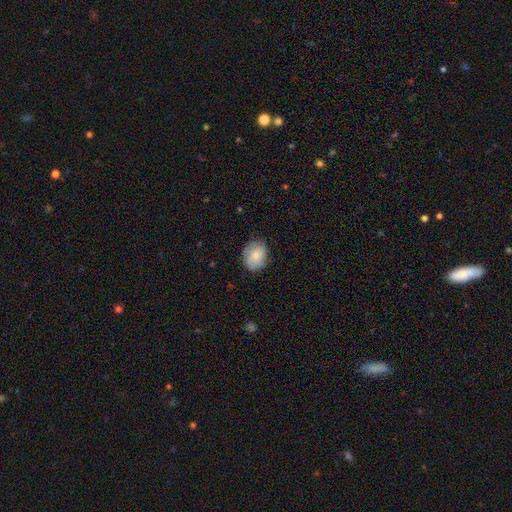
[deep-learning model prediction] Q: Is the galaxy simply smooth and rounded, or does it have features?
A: smooth — 72%.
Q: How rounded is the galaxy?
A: in between — 52%.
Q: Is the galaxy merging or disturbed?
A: none — 74%.